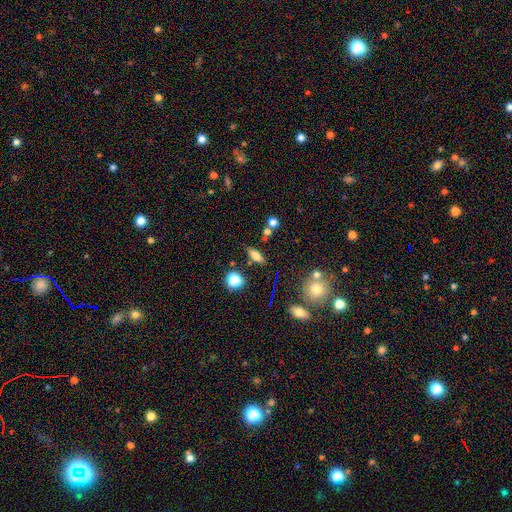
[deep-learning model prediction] smooth-or-featured: smooth: 58% | featured or disk: 28% | star or artifact: 14%
  how-rounded: in between: 60% | cigar-shaped: 32% | round: 8%
  merging: none: 77% | minor disturbance: 12% | merger: 7% | major disturbance: 4%